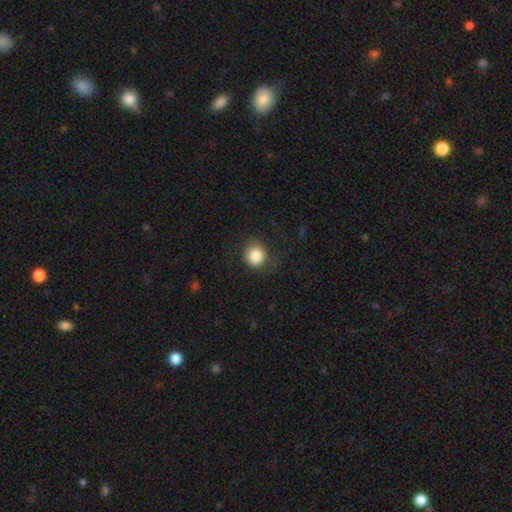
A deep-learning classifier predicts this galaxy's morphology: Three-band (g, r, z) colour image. It shows a smooth galaxy with no disk features (85%) that is round (89%). Merging: none (79%).